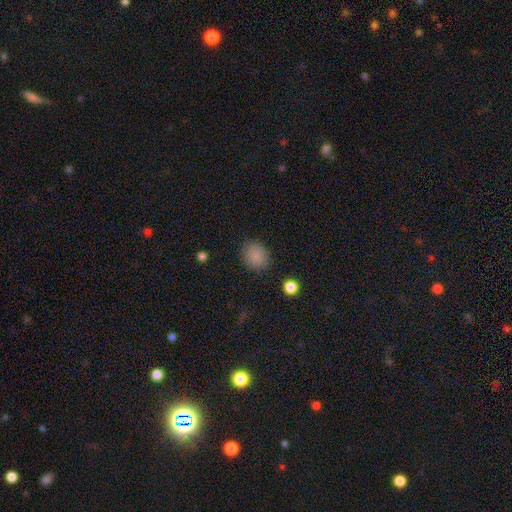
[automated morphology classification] smooth 85%, star or artifact 10%, featured or disk 5%. Down the decision tree: how rounded — round (69%); merging — none (85%).